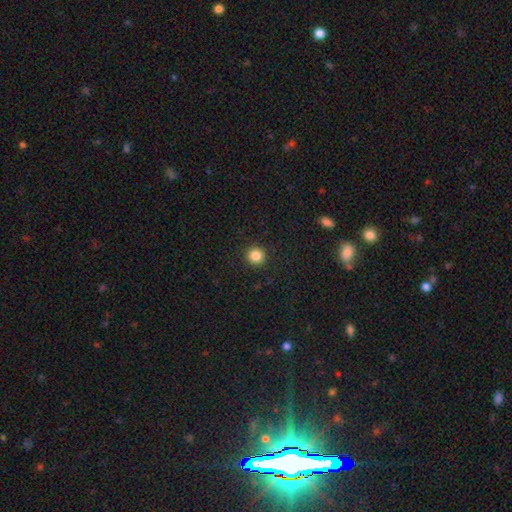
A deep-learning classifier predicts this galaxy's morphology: This is clearly a smooth galaxy (85%). How rounded: clearly round (95%). Merging: clearly none (92%).